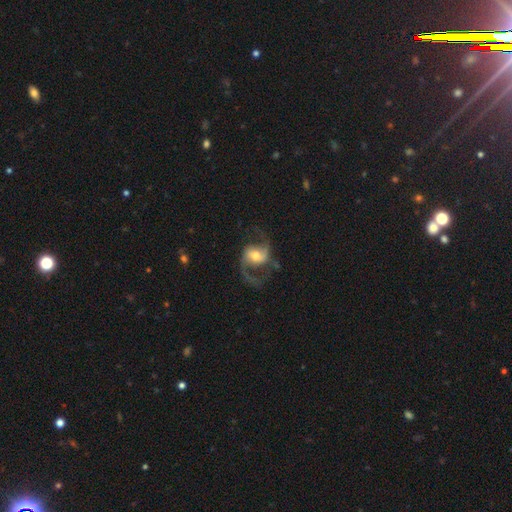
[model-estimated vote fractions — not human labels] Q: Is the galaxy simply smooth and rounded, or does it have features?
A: featured or disk — 85%.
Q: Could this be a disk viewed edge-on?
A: no — 97%.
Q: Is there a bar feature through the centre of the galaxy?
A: weak — 42%.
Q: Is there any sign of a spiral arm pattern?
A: yes — 95%.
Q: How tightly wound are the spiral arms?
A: loose — 59%.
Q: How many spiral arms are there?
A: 2 — 91%.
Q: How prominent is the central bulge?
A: moderate — 61%.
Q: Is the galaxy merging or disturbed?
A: none — 68%.